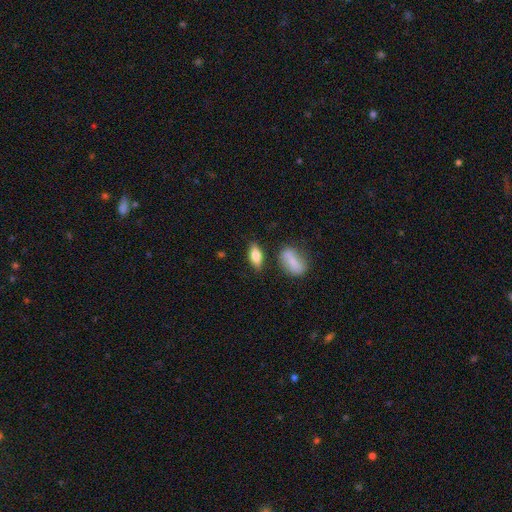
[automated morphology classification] Smooth or featured? Predicted: smooth (p=0.76). How rounded? Predicted: in between (p=0.79). Merging? Predicted: none (p=0.76).